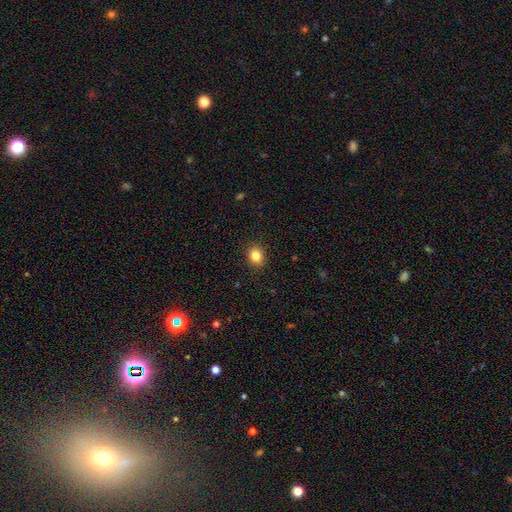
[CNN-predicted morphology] smooth_or_featured: smooth (p=0.84) [alt: star or artifact p=0.11]
how_rounded: round (p=0.62) [alt: in between p=0.37]
merging: none (p=0.91) [alt: minor disturbance p=0.07]